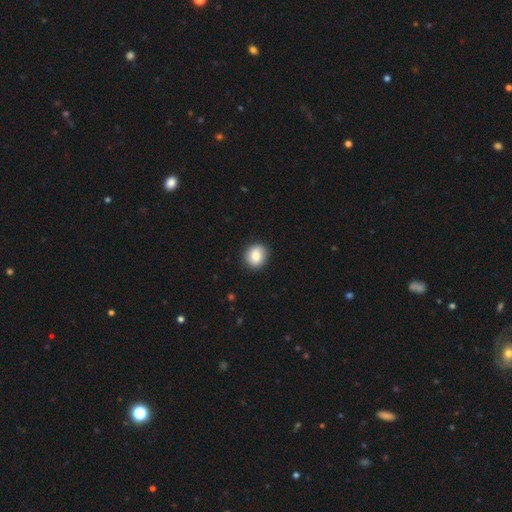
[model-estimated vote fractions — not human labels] The model was most divided on "how rounded": round: 79%, in between: 20%, cigar-shaped: 1%. More confident: merging — none (89%); smooth or featured — smooth (84%).